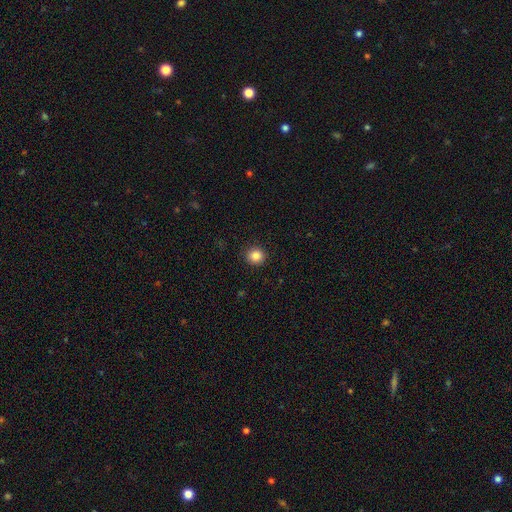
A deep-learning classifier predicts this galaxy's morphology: type=smooth (86%); roundness=round (90%); merging=none (92%).